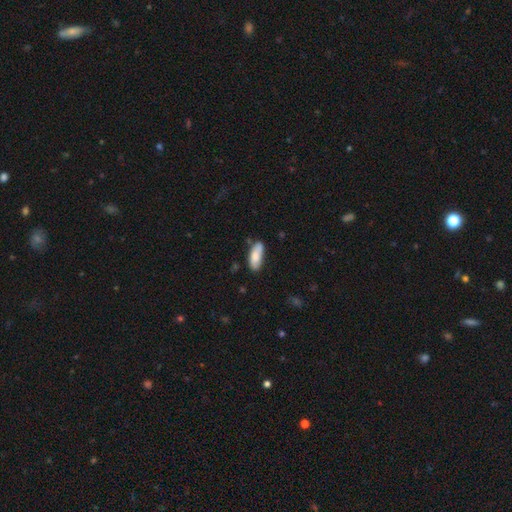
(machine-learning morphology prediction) Overall: smooth (81%). How rounded: in between (74%). Merging: none (66%).